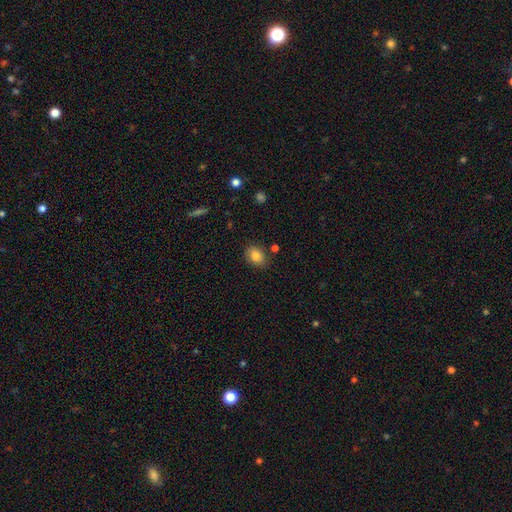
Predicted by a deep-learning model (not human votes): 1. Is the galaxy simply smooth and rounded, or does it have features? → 84% smooth, 9% star or artifact, 7% featured or disk.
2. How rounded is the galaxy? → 64% in between, 35% round, 1% cigar-shaped.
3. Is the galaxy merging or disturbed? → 82% none, 13% minor disturbance, 3% merger, 3% major disturbance.